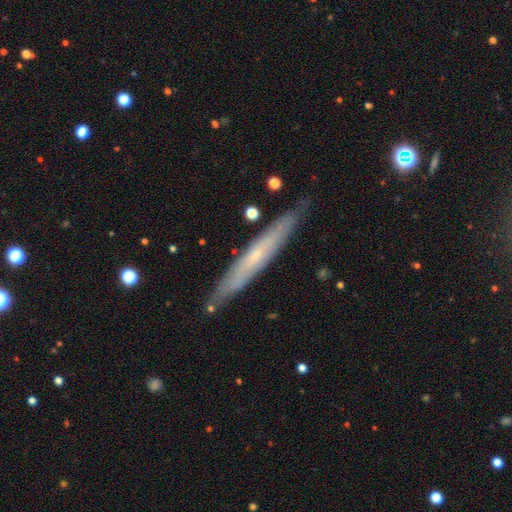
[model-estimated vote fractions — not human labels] smooth_or_featured: featured or disk (p=0.62) [alt: smooth p=0.32]
disk_edge_on: yes (p=0.82) [alt: no p=0.18]
edge_on_bulge: none (p=0.49) [alt: rounded p=0.48]
merging: none (p=0.85) [alt: minor disturbance p=0.11]